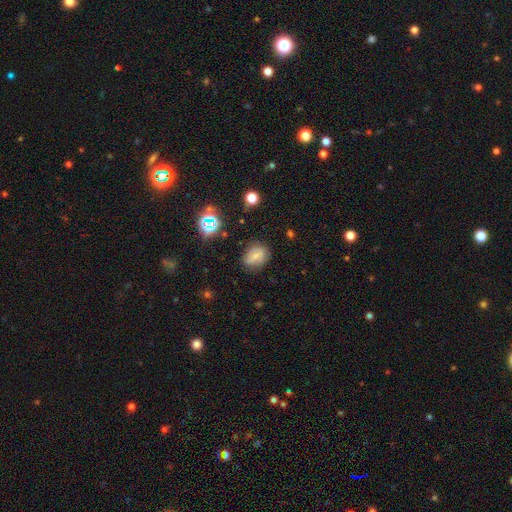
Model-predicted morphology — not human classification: This appears to be a smooth galaxy with no disk features (59%) that is in between round and cigar-shaped (60%). Merging: none (70%).